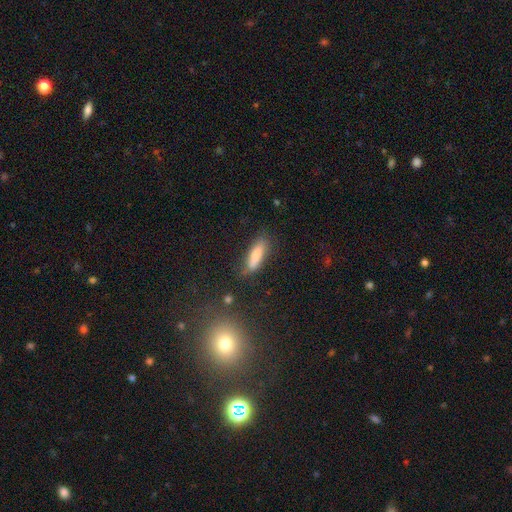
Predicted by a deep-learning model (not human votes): Smooth or featured? Predicted: smooth (p=0.79). How rounded? Predicted: cigar-shaped (p=0.60). Merging? Predicted: none (p=0.72).